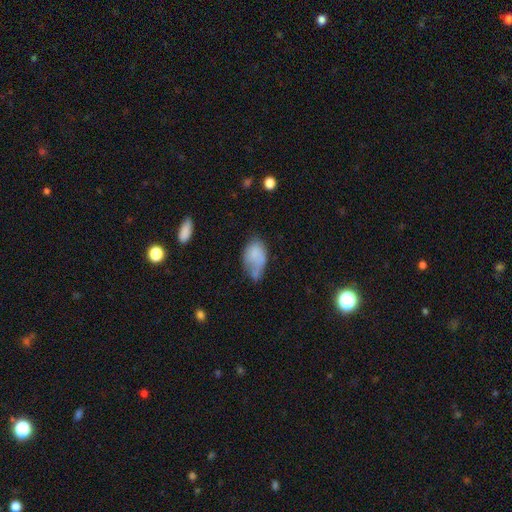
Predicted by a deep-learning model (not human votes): Smooth or featured? smooth (70%)
How rounded? in between (91%)
Merging? minor disturbance (37%)